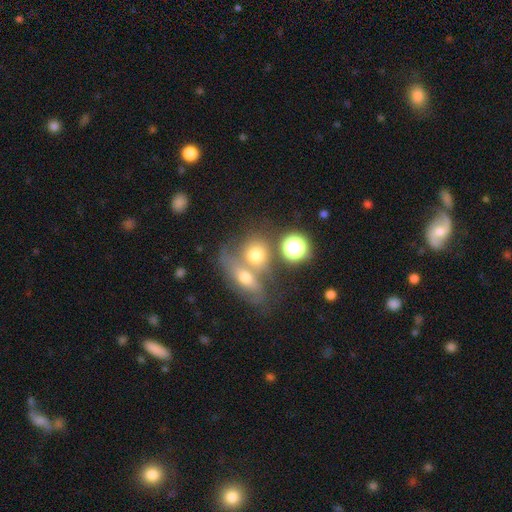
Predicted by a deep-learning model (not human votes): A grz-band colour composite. It shows a smooth galaxy with no disk features (60%) that is round (54%). Merging: merger (56%).